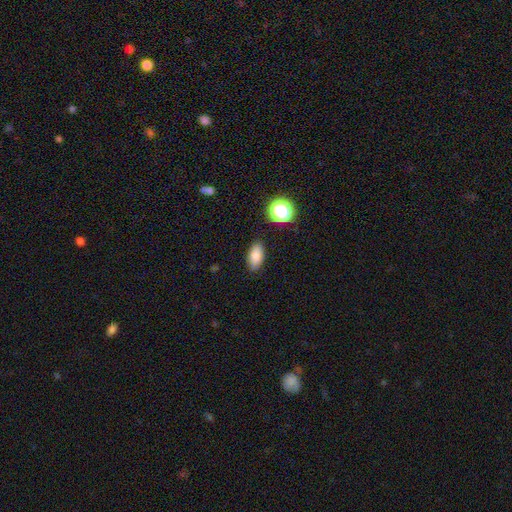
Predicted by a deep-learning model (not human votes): Q: Smooth or featured?
A: smooth (84%); runner-up: star or artifact (10%)
Q: How rounded?
A: in between (89%); runner-up: round (6%)
Q: Merging?
A: none (86%); runner-up: minor disturbance (10%)